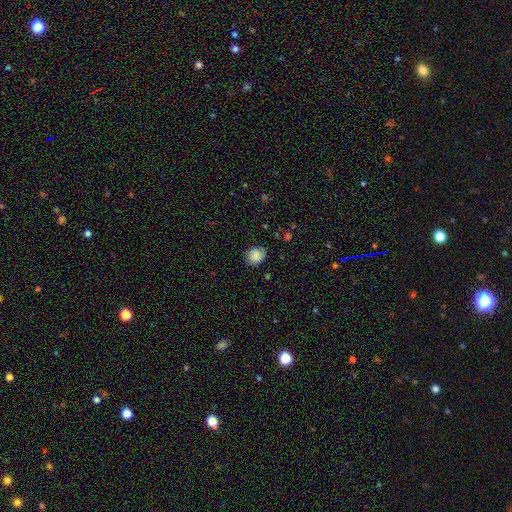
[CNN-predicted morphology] smooth_or_featured: smooth (p=0.79) [alt: featured or disk p=0.12]
how_rounded: round (p=0.64) [alt: in between p=0.35]
merging: none (p=0.73) [alt: minor disturbance p=0.21]